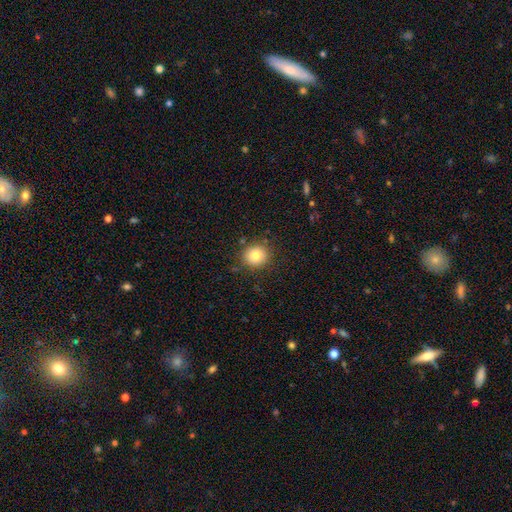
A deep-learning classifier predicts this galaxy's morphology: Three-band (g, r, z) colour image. It shows a smooth galaxy with no disk features (80%) that is round (88%). Merging: none (87%).